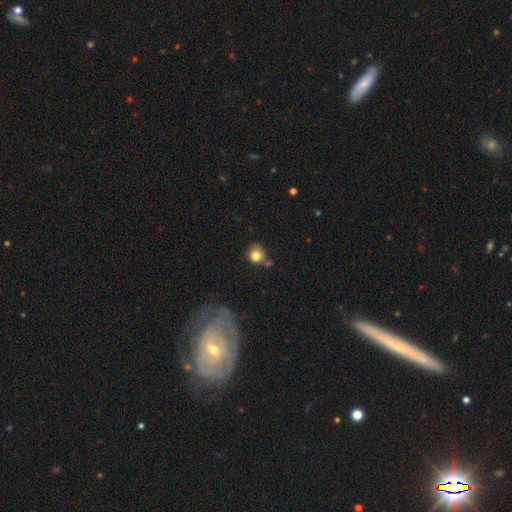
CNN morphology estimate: A smooth galaxy with no disk features (80%) that is round (81%). Merging: none (63%).